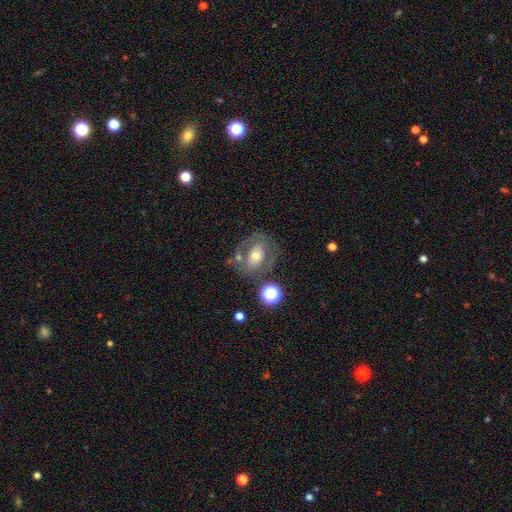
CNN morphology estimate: Smooth or featured: smooth — 44% (tied with featured or disk — 44%)
Merging: none — 61% (minor disturbance — 17%)